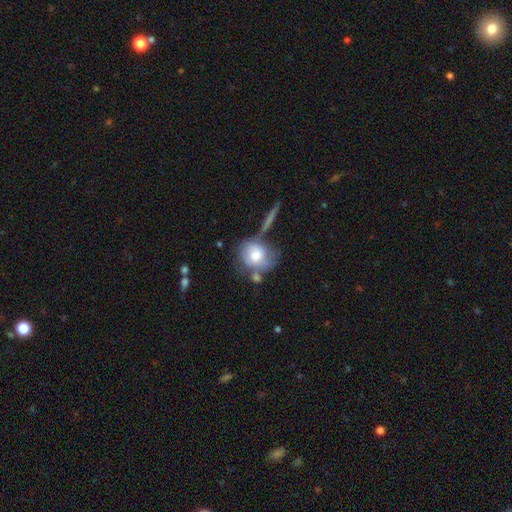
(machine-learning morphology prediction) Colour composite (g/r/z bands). It shows a smooth galaxy with no disk features (65%) that is round (76%). Merging: none (45%).